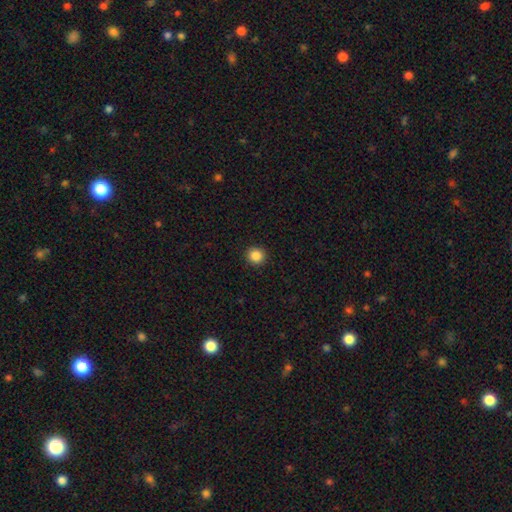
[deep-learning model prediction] This is clearly a smooth galaxy (86%). How rounded: clearly round (93%). Merging: clearly none (93%).